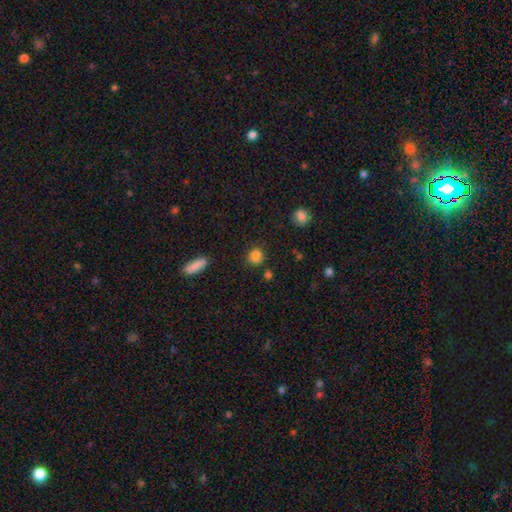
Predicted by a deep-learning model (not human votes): Smooth or featured: smooth — 84% (star or artifact — 11%)
How rounded: round — 71% (in between — 27%)
Merging: none — 79% (minor disturbance — 13%)